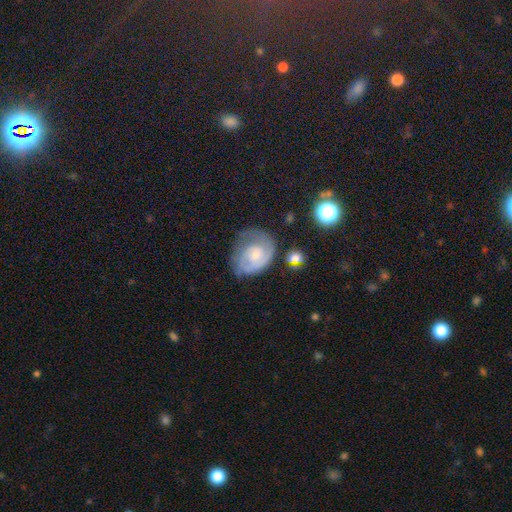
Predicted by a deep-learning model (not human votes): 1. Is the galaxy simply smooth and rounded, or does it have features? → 69% featured or disk, 24% smooth, 7% star or artifact.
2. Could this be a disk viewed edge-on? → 97% no, 3% yes.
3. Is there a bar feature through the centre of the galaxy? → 68% no, 28% weak, 4% strong.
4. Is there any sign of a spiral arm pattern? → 87% yes, 13% no.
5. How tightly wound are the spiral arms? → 53% tight, 34% medium, 13% loose.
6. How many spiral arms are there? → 36% 2, 28% 1, 26% can't tell, 6% 3, 2% 4, 2% more than 4.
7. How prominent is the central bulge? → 61% small, 33% moderate, 3% none, 3% large, 1% dominant.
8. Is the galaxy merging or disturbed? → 51% none, 27% minor disturbance, 19% major disturbance, 4% merger.